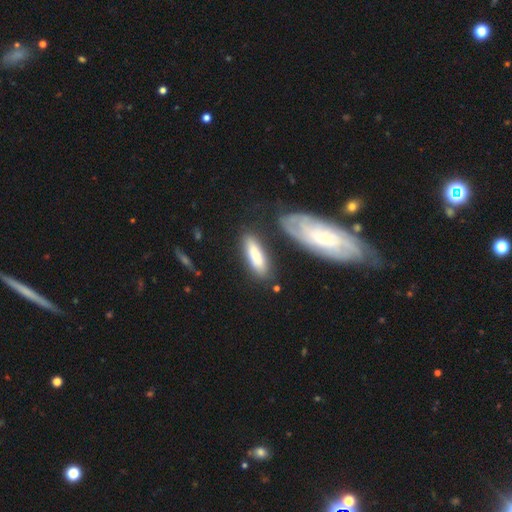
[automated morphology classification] smooth 71%, featured or disk 23%, star or artifact 6%. Down the decision tree: how rounded — cigar-shaped (55%); merging — none (71%).